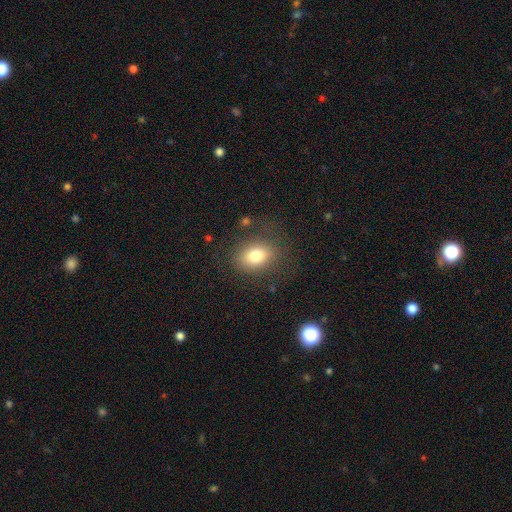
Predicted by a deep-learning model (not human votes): This appears to be a smooth galaxy with no disk features (79%) that is in between round and cigar-shaped (63%). Merging: none (78%).